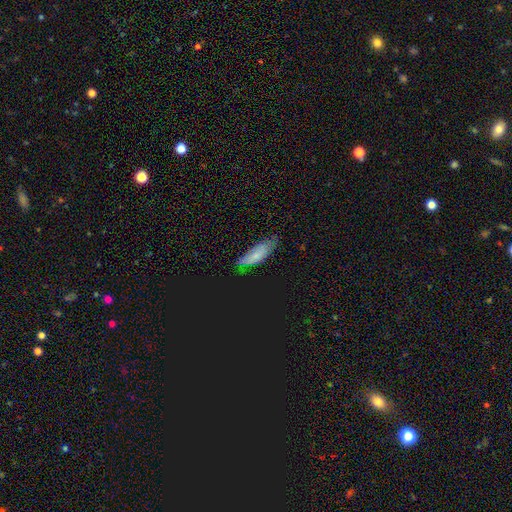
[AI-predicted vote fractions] Smooth or featured: smooth — 57% (star or artifact — 23%)
How rounded: in between — 65% (cigar-shaped — 32%)
Merging: none — 61% (minor disturbance — 29%)